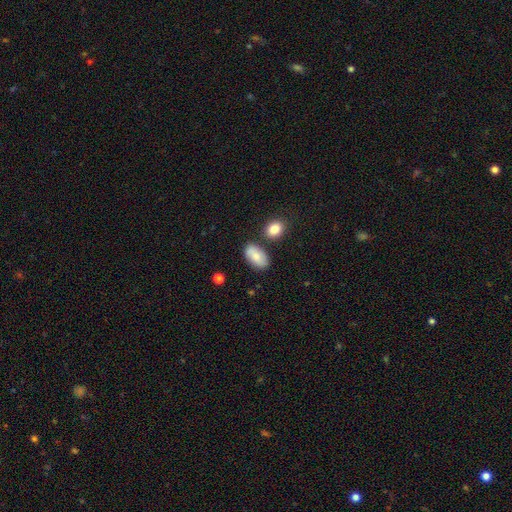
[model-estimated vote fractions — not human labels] smooth_or_featured: smooth (p=0.78) [alt: featured or disk p=0.15]
how_rounded: in between (p=0.93) [alt: round p=0.05]
merging: none (p=0.74) [alt: minor disturbance p=0.15]